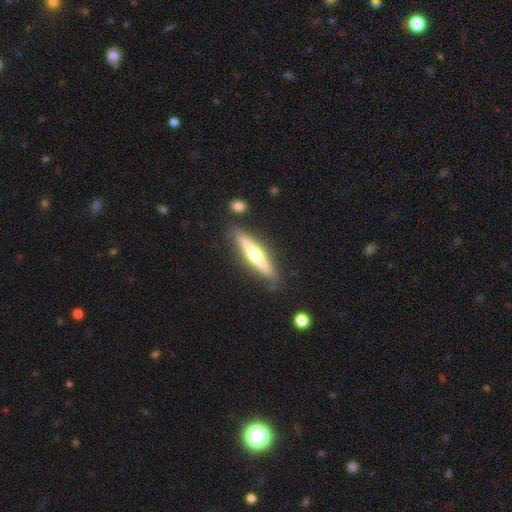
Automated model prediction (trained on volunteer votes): This is likely a featured or disk galaxy (65%). It is clearly viewed edge-on (96%). Edge-on bulge: clearly rounded (90%). Merging: clearly none (86%).